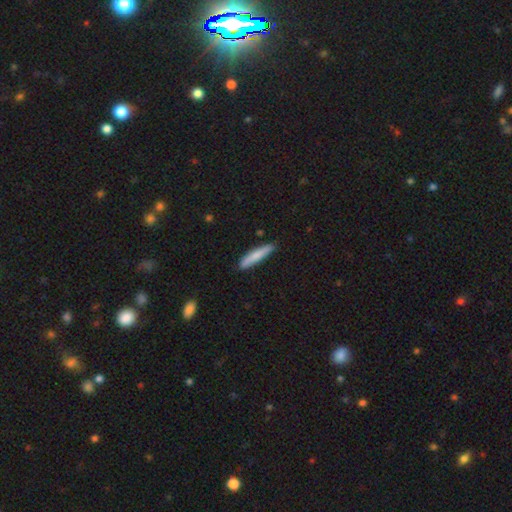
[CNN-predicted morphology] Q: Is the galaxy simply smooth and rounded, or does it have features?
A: smooth — 74%.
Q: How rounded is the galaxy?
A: cigar-shaped — 89%.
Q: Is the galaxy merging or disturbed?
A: none — 85%.